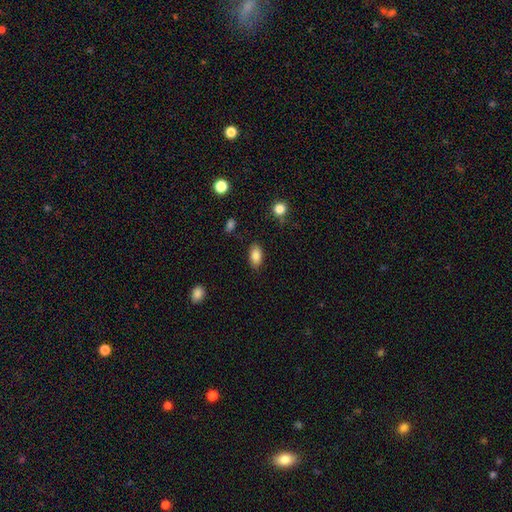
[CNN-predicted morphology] Q: Smooth or featured?
A: smooth (86%); runner-up: star or artifact (8%)
Q: How rounded?
A: in between (92%); runner-up: round (6%)
Q: Merging?
A: none (84%); runner-up: minor disturbance (12%)